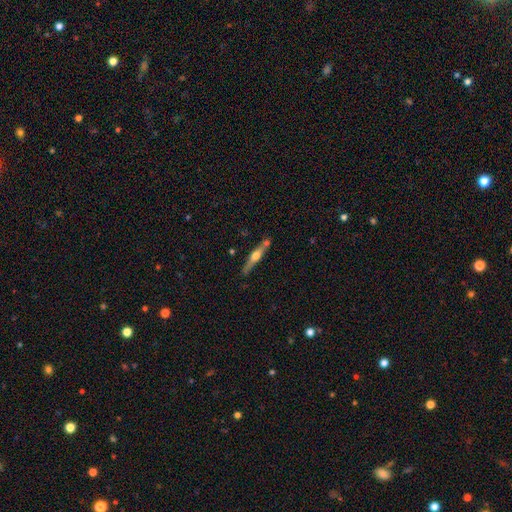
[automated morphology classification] smooth_or_featured: featured or disk (p=0.65) [alt: smooth p=0.30]
disk_edge_on: yes (p=0.96) [alt: no p=0.04]
edge_on_bulge: rounded (p=0.91) [alt: boxy p=0.05]
merging: none (p=0.76) [alt: minor disturbance p=0.12]